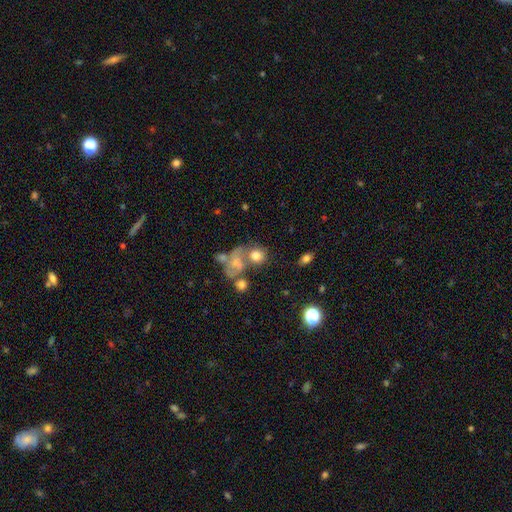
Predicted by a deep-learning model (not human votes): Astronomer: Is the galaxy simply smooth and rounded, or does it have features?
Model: smooth — 68%.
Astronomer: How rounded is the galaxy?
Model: round — 70%.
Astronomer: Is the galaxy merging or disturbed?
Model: none — 39% (runner-up: merger, 36%).